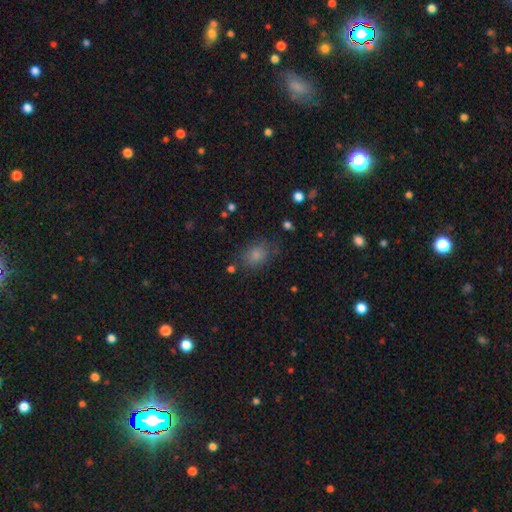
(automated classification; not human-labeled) Morphology: type=smooth (72%); roundness=in between (57%); merging=none (79%).